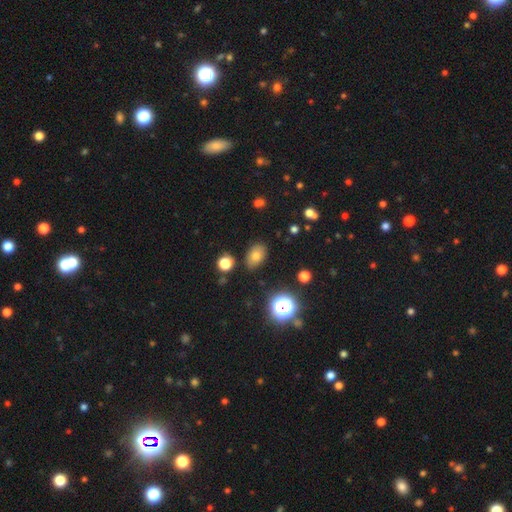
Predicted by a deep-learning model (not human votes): Q: Smooth or featured?
A: smooth (73%); runner-up: star or artifact (16%)
Q: How rounded?
A: in between (83%); runner-up: round (15%)
Q: Merging?
A: none (82%); runner-up: minor disturbance (12%)